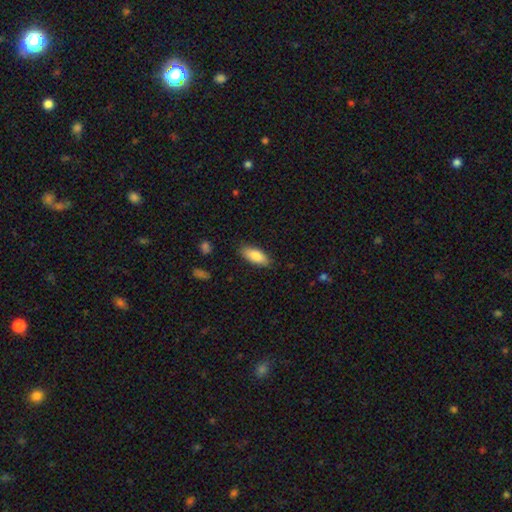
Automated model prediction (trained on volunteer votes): Smooth or featured?
  - smooth: 84% *
  - featured or disk: 10%
  - star or artifact: 6%
How rounded?
  - in between: 78% *
  - cigar-shaped: 20%
  - round: 2%
Merging?
  - none: 86% *
  - minor disturbance: 11%
  - major disturbance: 2%
  - merger: 1%